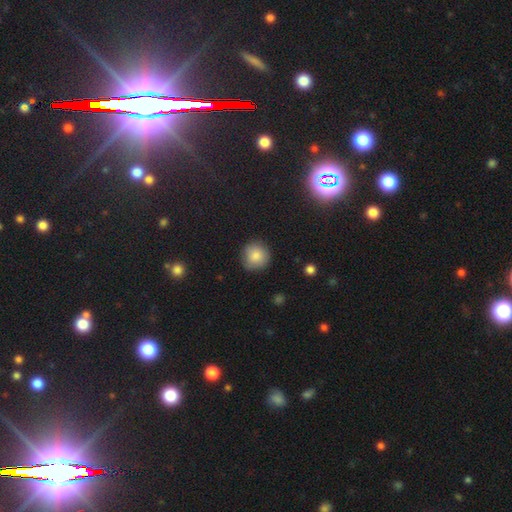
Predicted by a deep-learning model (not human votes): This appears to be a smooth galaxy with no disk features (83%) that is round (92%). Merging: none (83%).